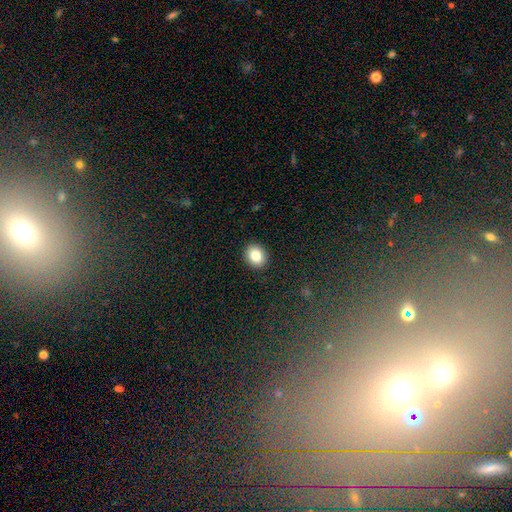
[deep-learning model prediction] Smooth or featured: smooth — 84% (star or artifact — 9%)
How rounded: round — 64% (in between — 35%)
Merging: none — 91% (minor disturbance — 6%)